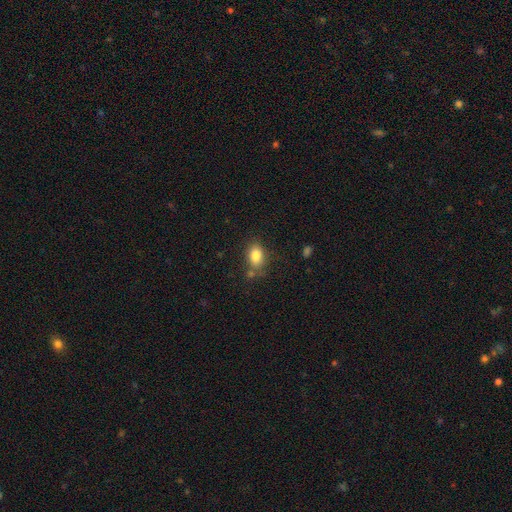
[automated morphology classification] Q: Smooth or featured?
A: smooth (83%); runner-up: star or artifact (9%)
Q: How rounded?
A: in between (81%); runner-up: round (17%)
Q: Merging?
A: none (71%); runner-up: minor disturbance (17%)